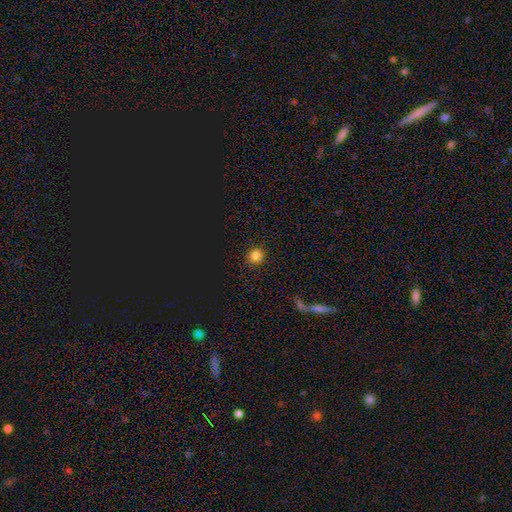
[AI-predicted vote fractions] Smooth or featured: smooth — 81% (star or artifact — 14%)
How rounded: round — 92% (in between — 7%)
Merging: none — 92% (minor disturbance — 5%)